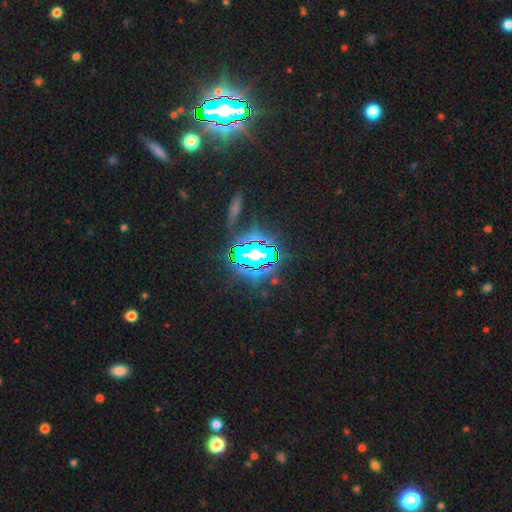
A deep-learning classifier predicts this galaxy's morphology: This is likely a star or artifact rather than a galaxy (70%).